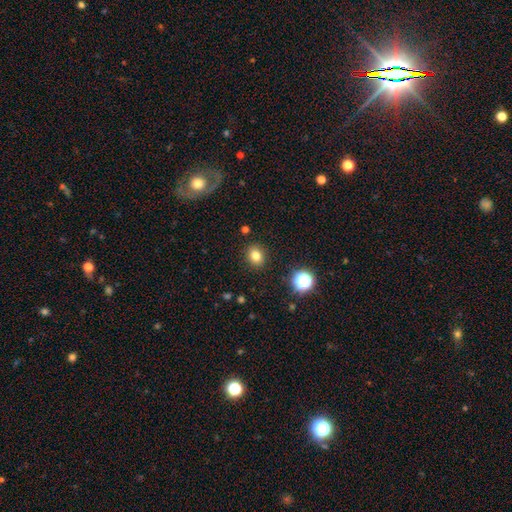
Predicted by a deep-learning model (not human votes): Morphology: type=smooth (80%); roundness=round (64%); merging=none (89%).